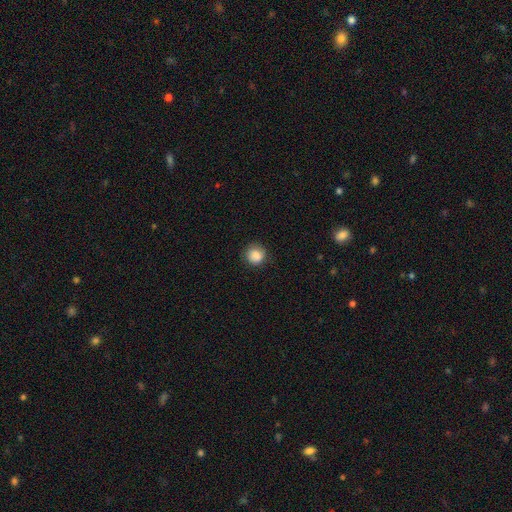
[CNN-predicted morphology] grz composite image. It shows a smooth galaxy with no disk features (87%) that is round (88%). Merging: none (81%).